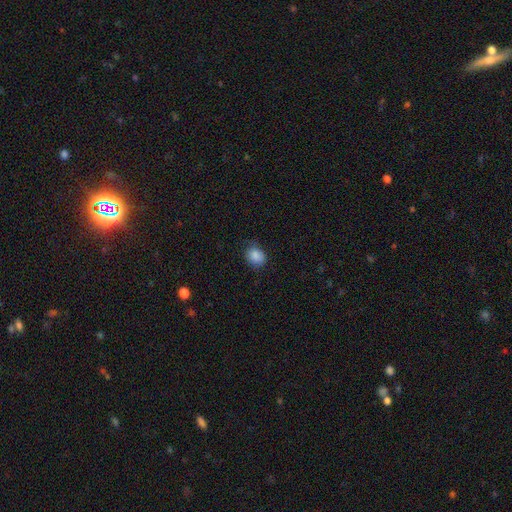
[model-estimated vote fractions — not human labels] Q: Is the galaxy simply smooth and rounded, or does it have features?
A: smooth — 87%.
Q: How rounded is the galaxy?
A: round — 59%.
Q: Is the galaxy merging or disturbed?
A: none — 73%.